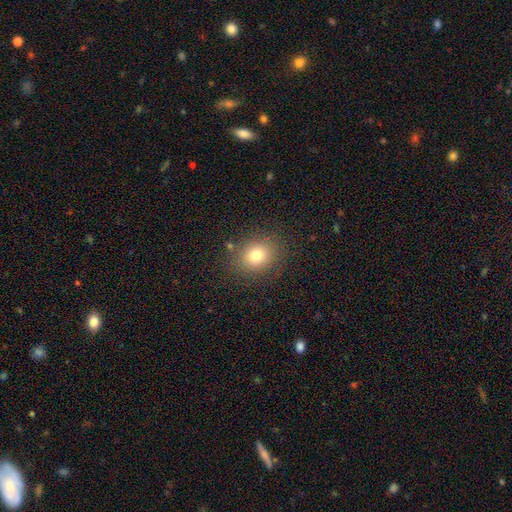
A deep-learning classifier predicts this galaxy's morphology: Smooth or featured? smooth (76%)
How rounded? round (65%)
Merging? none (84%)